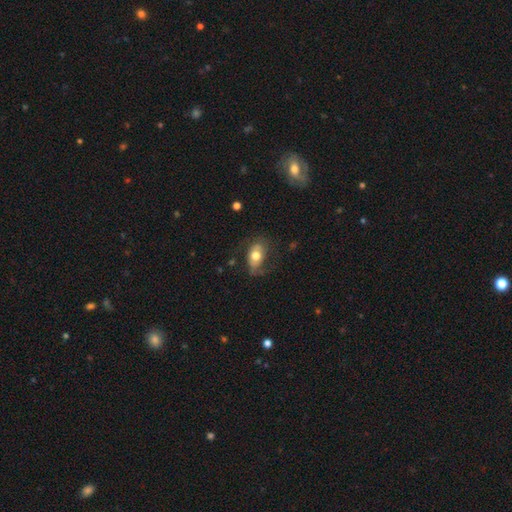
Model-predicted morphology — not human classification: Overall: smooth (60%; featured or disk 32%). How rounded: in between (86%). Merging: none (54%; minor disturbance 25%).